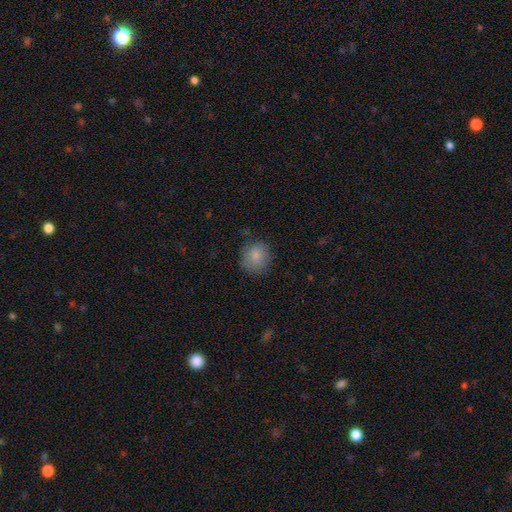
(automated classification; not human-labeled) smooth 84%, star or artifact 9%, featured or disk 7%. Down the decision tree: how rounded — round (81%); merging — none (77%).